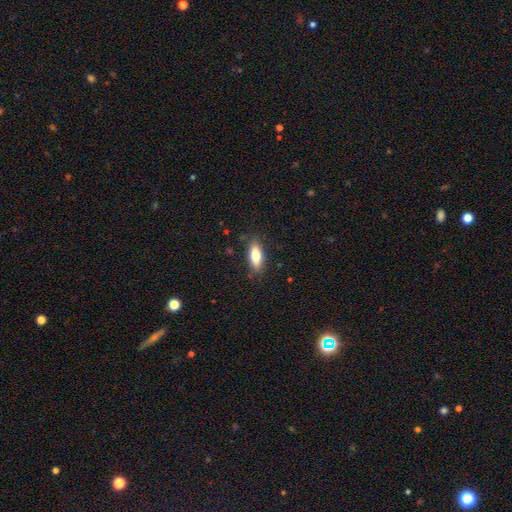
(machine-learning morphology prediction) Overall: smooth (77%). How rounded: in between (70%). Merging: none (85%).